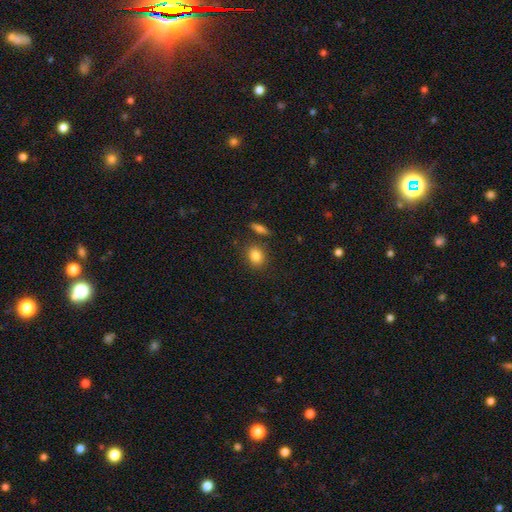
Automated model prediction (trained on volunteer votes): Smooth or featured? Predicted: smooth (p=0.84). How rounded? Predicted: round (p=0.52). Merging? Predicted: none (p=0.81).